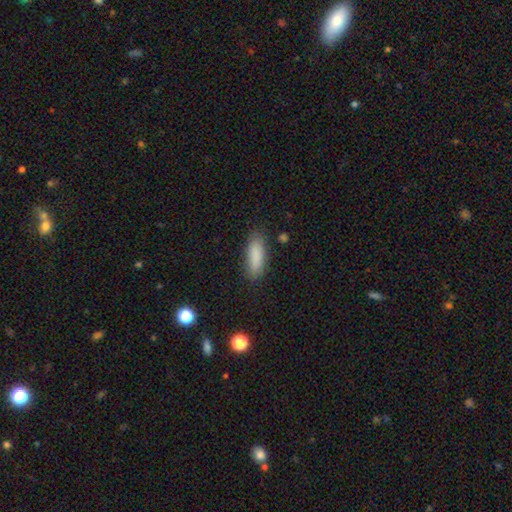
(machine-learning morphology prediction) Smooth or featured? Predicted: smooth (p=0.87). How rounded? Predicted: in between (p=0.59). Merging? Predicted: none (p=0.85).